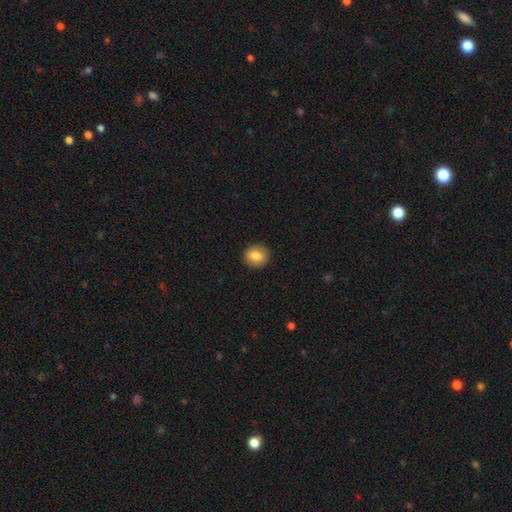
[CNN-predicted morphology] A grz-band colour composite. It shows a smooth galaxy with no disk features (82%) that is round (83%). Merging: none (91%).